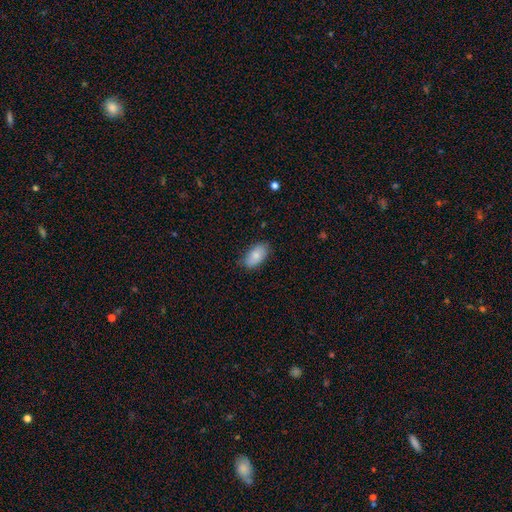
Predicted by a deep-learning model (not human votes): Morphology: type=smooth (83%); roundness=in between (94%); merging=none (77%).